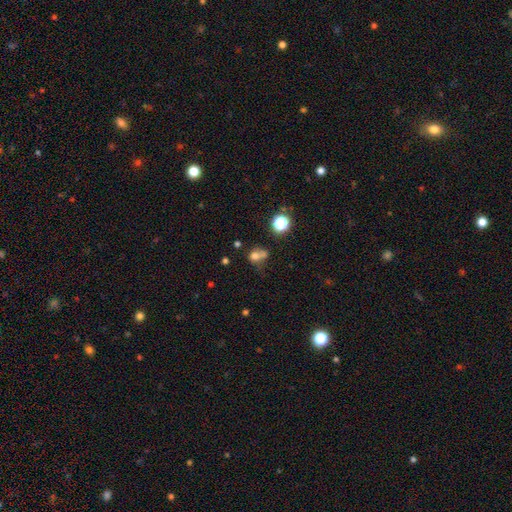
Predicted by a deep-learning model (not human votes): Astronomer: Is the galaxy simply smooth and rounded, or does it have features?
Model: smooth — 67%.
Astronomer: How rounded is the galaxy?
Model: round — 67%.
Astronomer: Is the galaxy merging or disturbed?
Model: merger — 37% (runner-up: none, 34%).